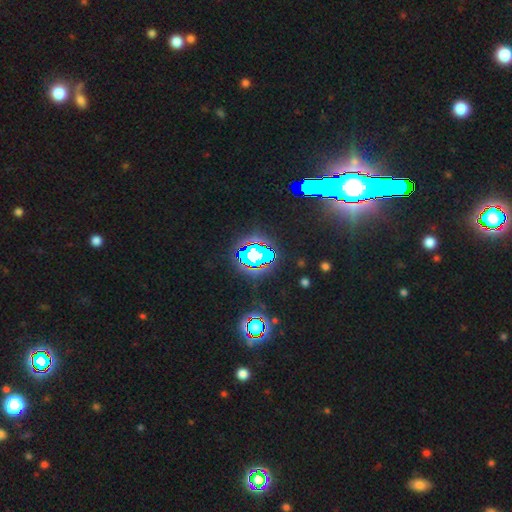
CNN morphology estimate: The model was most divided on "smooth or featured": star or artifact: 79%, featured or disk: 11%, smooth: 10%.